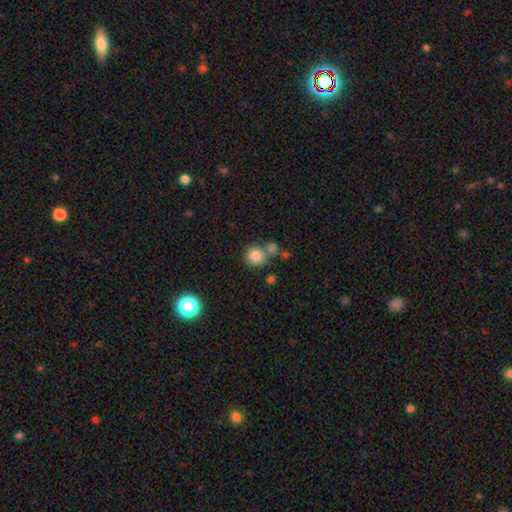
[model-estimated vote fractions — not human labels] Morphology: type=smooth (82%); roundness=round (85%); merging=none (58%).